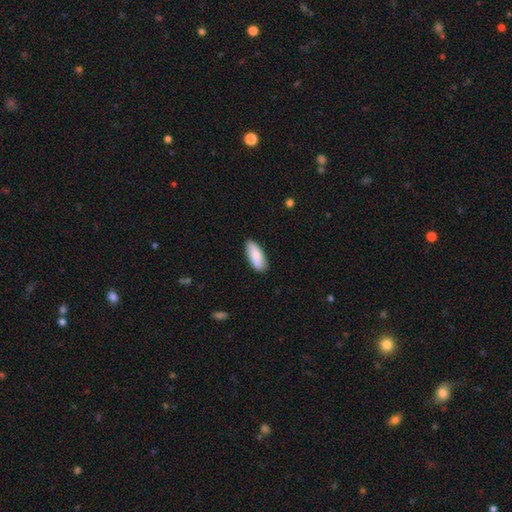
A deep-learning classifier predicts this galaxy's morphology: smooth-or-featured: smooth: 84% | featured or disk: 10% | star or artifact: 6%
  how-rounded: in between: 75% | cigar-shaped: 23% | round: 2%
  merging: none: 86% | minor disturbance: 11% | major disturbance: 2% | merger: 1%